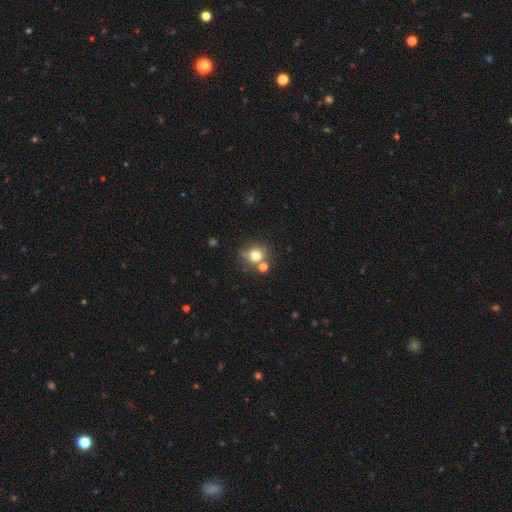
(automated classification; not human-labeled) This is likely a smooth galaxy (75%). How rounded: clearly round (85%). Merging: likely none (65%).